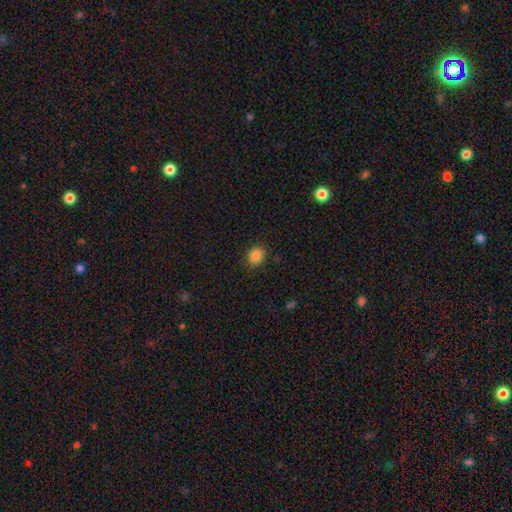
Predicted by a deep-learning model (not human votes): The model was most divided on "how rounded": round: 70%, in between: 29%, cigar-shaped: 1%. More confident: merging — none (88%); smooth or featured — smooth (86%).